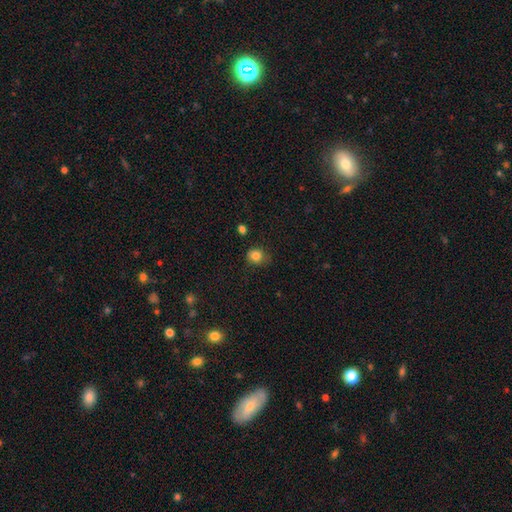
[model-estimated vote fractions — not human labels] smooth 83%, star or artifact 11%, featured or disk 5%. Down the decision tree: how rounded — round (78%); merging — none (73%).